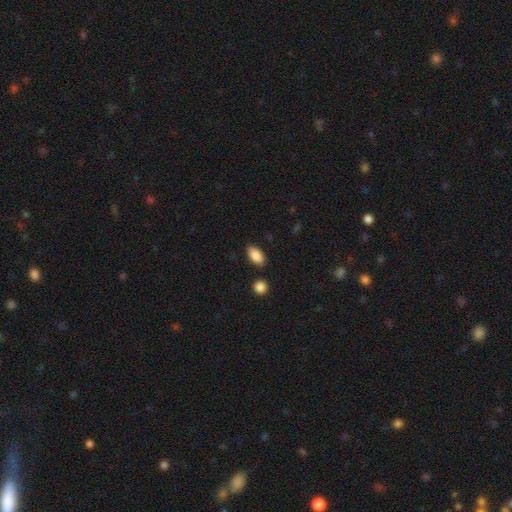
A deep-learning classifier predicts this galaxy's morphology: The model was most divided on "merging": none: 83%, minor disturbance: 11%, merger: 3%, major disturbance: 2%. More confident: how rounded — in between (92%); smooth or featured — smooth (88%).